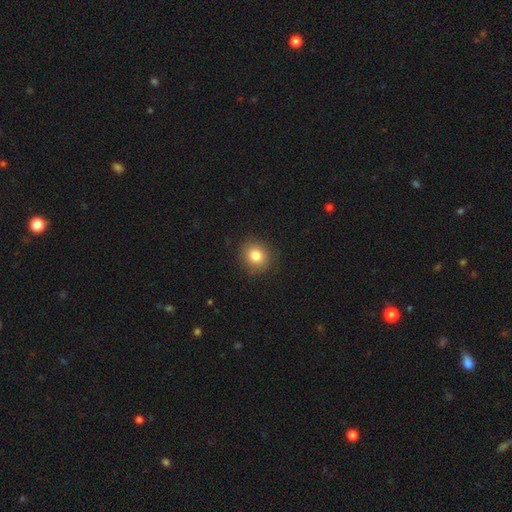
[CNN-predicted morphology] Smooth or featured? smooth (83%)
How rounded? round (85%)
Merging? none (88%)